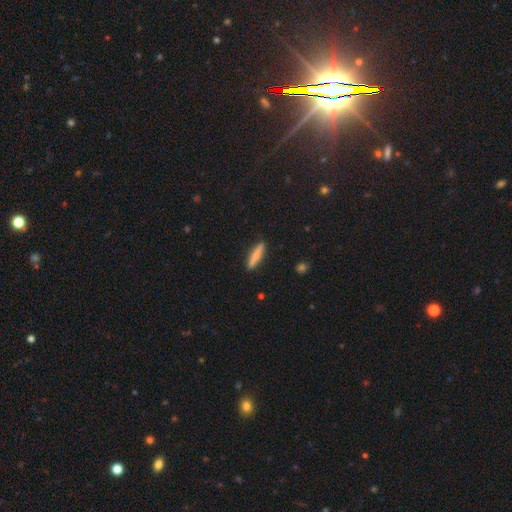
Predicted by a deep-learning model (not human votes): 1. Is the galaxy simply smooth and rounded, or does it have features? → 76% smooth, 18% featured or disk, 6% star or artifact.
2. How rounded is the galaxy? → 87% cigar-shaped, 11% in between, 2% round.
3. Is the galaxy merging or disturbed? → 89% none, 8% minor disturbance, 2% major disturbance, 1% merger.